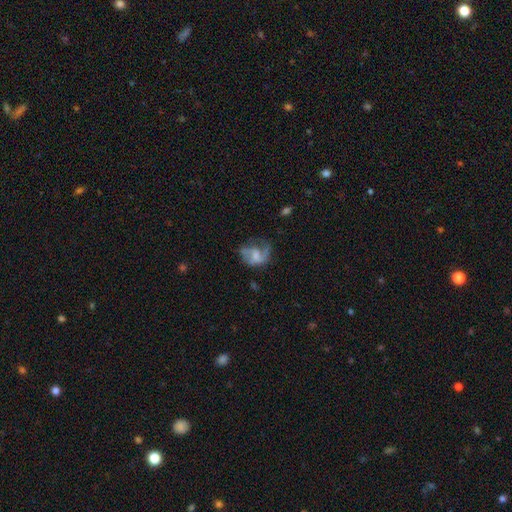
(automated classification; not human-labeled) Smooth or featured? Predicted: featured or disk (p=0.55). Edge-on disk? Predicted: no (p=0.97). Bar? Predicted: no (p=0.58). Spiral arms? Predicted: yes (p=0.65). Bulge size? Predicted: none (p=0.39). Merging? Predicted: major disturbance (p=0.37).